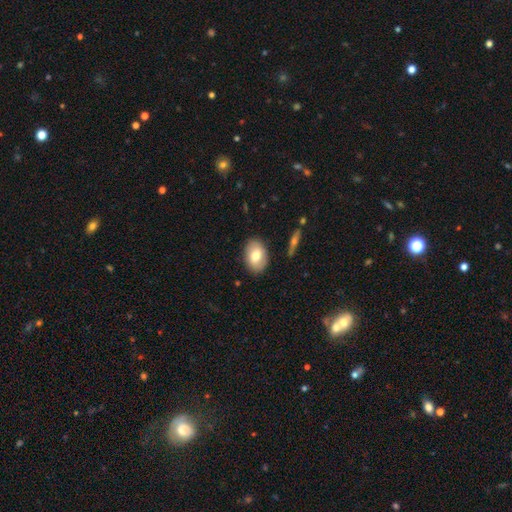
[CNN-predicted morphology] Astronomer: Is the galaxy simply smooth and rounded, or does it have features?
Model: smooth — 73%.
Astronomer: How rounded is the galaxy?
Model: in between — 84%.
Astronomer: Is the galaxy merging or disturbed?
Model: none — 86%.